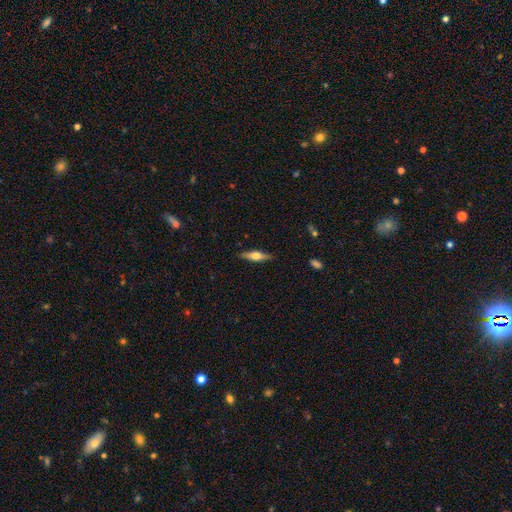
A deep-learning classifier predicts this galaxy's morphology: featured or disk 64%, smooth 30%, star or artifact 6%. Down the decision tree: edge-on disk — yes (96%); edge-on bulge — rounded (91%); merging — none (88%).